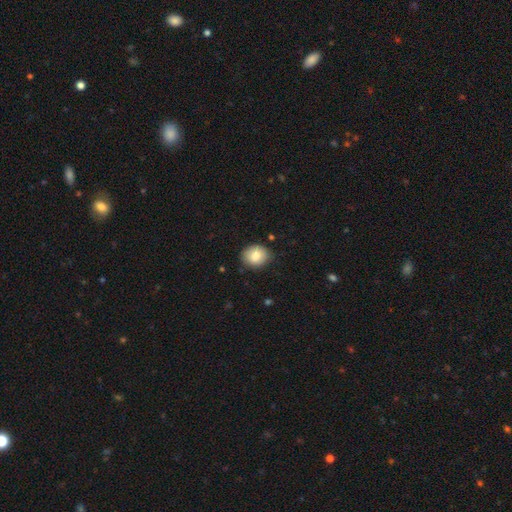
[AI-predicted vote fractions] Smooth or featured?
  - smooth: 82% *
  - featured or disk: 10%
  - star or artifact: 8%
How rounded?
  - round: 57% *
  - in between: 42%
  - cigar-shaped: 1%
Merging?
  - none: 83% *
  - minor disturbance: 13%
  - major disturbance: 2%
  - merger: 1%